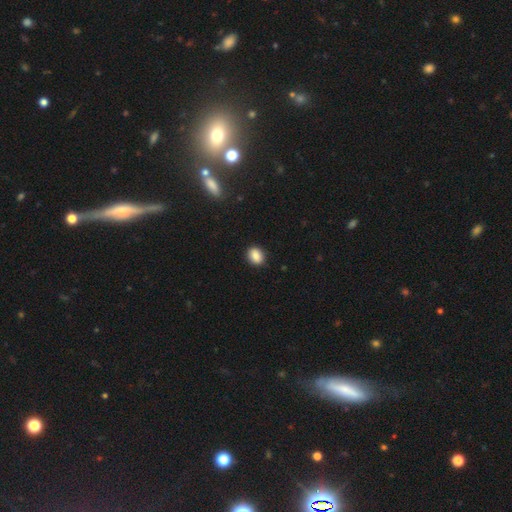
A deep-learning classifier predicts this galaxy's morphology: A smooth galaxy with no disk features (85%) that is in between round and cigar-shaped (54%).

Vote fractions:
- Smooth or featured? smooth: 85% / star or artifact: 9% / featured or disk: 6%
- How rounded? in between: 54% / round: 45% / cigar-shaped: 1%
- Merging? none: 89% / minor disturbance: 8% / major disturbance: 2% / merger: 1%